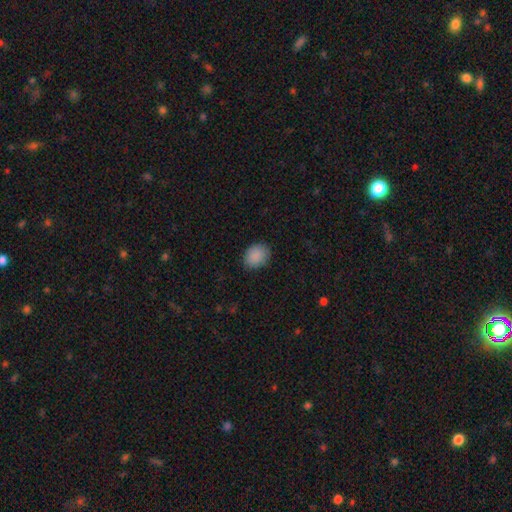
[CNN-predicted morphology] smooth 89%, star or artifact 8%, featured or disk 3%. Down the decision tree: how rounded — in between (59%); merging — none (83%).